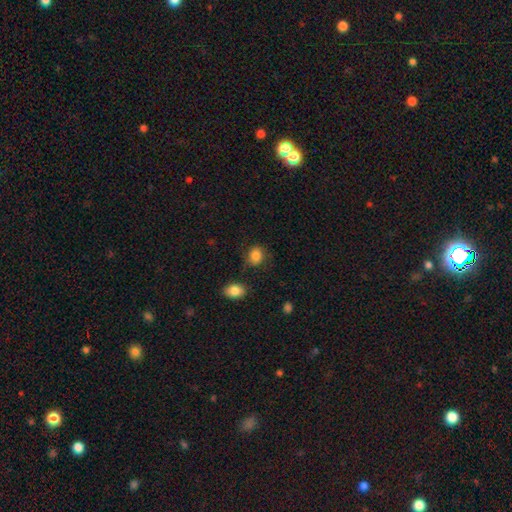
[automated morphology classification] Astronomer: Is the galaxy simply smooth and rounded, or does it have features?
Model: smooth — 84%.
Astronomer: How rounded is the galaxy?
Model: round — 57% (runner-up: in between, 42%).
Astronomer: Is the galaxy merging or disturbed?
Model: none — 73%.